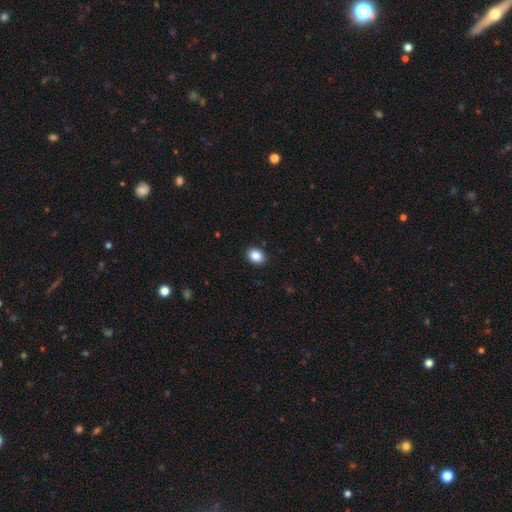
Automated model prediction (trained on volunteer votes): Smooth or featured: smooth — 87% (star or artifact — 9%)
How rounded: in between — 60% (round — 39%)
Merging: none — 90% (minor disturbance — 7%)